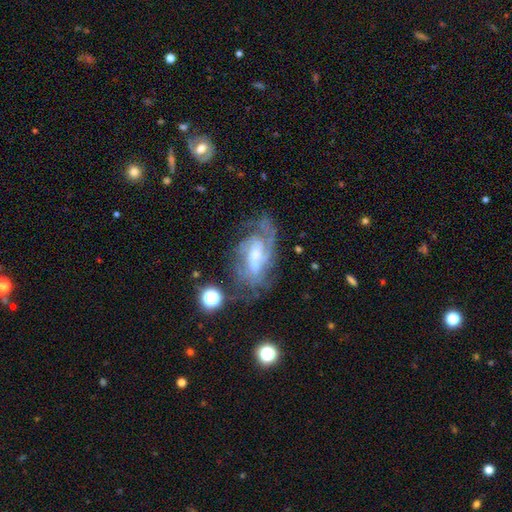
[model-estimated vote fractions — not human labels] Overall: featured or disk (84%). Edge-on disk: no (96%). Bar: no (46%; weak 42%). Spiral arms: yes (93%). Spiral arm count: 2 (33%; can't tell 31%). Spiral winding: medium (43%; tight 42%). Bulge size: small (56%; moderate 33%). Merging: none (55%; minor disturbance 21%).